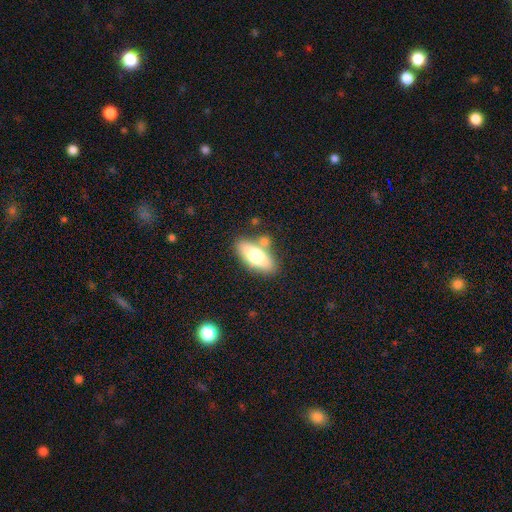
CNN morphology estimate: smooth_or_featured: smooth (p=0.68) [alt: featured or disk p=0.25]
how_rounded: in between (p=0.77) [alt: cigar-shaped p=0.20]
merging: none (p=0.72) [alt: minor disturbance p=0.13]